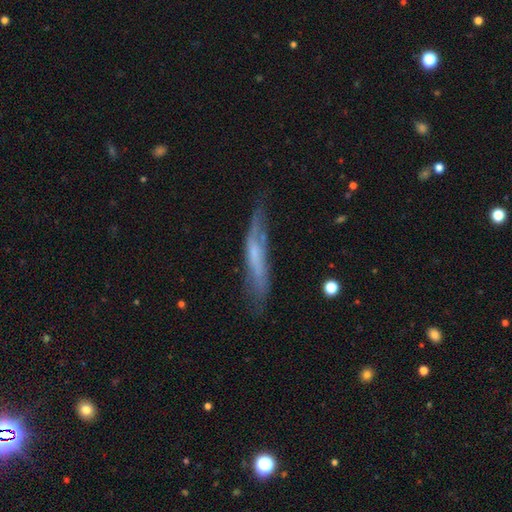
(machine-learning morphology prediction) This appears to be a featured or disk galaxy (54%) viewed edge-on (70%). Merging: none (60%).